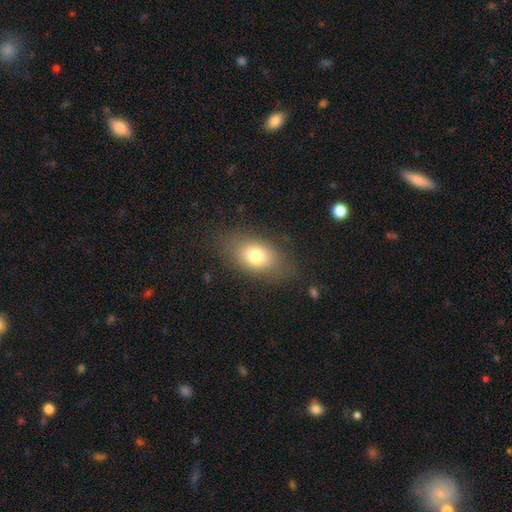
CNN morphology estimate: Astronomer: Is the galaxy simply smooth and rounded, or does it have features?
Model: smooth — 77%.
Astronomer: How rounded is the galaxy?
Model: in between — 83%.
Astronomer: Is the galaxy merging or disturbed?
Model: none — 77%.